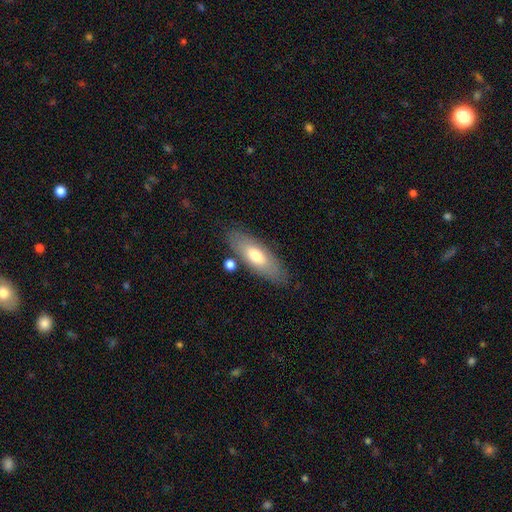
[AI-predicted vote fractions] Morphology: type=smooth (66%); roundness=in between (68%); merging=none (79%).